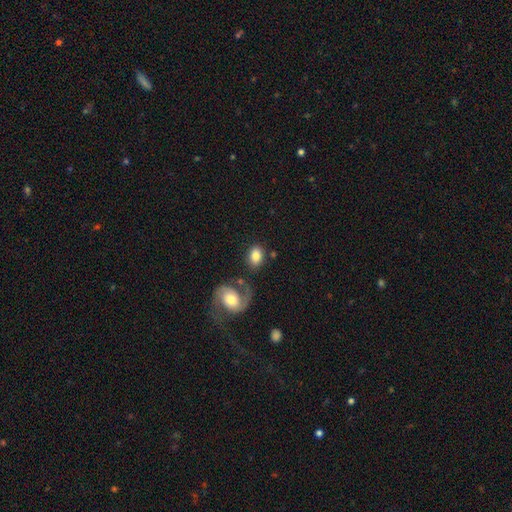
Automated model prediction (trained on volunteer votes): Morphology: type=smooth (77%); roundness=in between (72%); merging=none (69%).